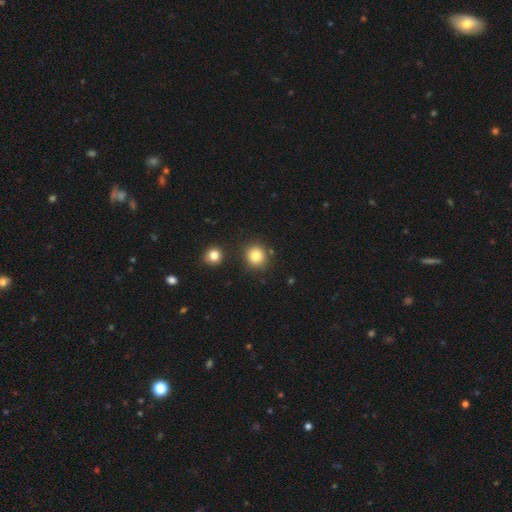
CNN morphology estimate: Smooth or featured?
  - smooth: 84% *
  - star or artifact: 10%
  - featured or disk: 5%
How rounded?
  - round: 89% *
  - in between: 10%
  - cigar-shaped: 1%
Merging?
  - none: 84% *
  - minor disturbance: 8%
  - merger: 5%
  - major disturbance: 3%